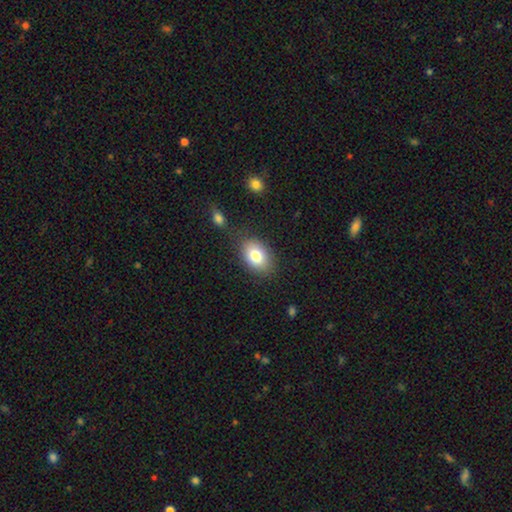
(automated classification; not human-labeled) smooth_or_featured: smooth (p=0.80) [alt: featured or disk p=0.11]
how_rounded: in between (p=0.82) [alt: round p=0.17]
merging: none (p=0.78) [alt: minor disturbance p=0.13]